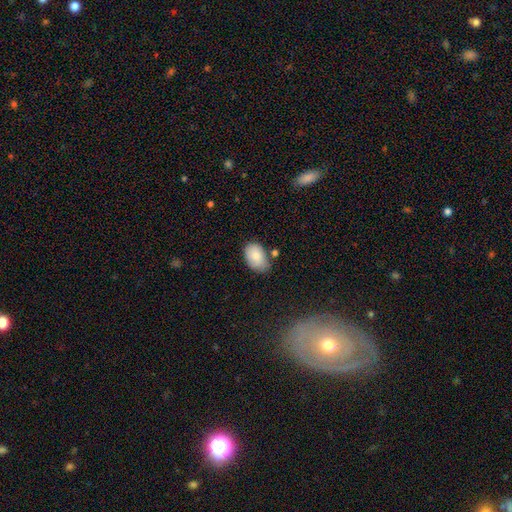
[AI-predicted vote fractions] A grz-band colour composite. It shows a smooth galaxy with no disk features (81%) that is in between round and cigar-shaped (88%). Merging: none (62%).